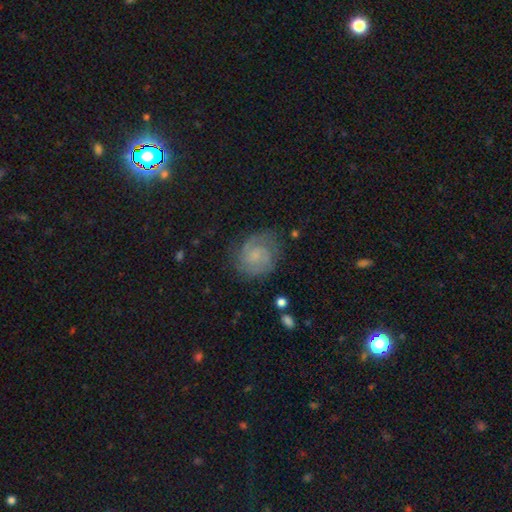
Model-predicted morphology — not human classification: smooth-or-featured: featured or disk: 73% | smooth: 19% | star or artifact: 8%
  disk-edge-on: no: 98% | yes: 2%
    bar: no: 64% | weak: 31% | strong: 5%
    has-spiral-arms: yes: 95% | no: 5%
      spiral-winding: tight: 51% | medium: 39% | loose: 10%
      spiral-arm-count: 2: 62% | can't tell: 17% | 3: 11% | 1: 4% | 4: 3% | more than 4: 3%
    bulge-size: small: 59% | none: 23% | moderate: 14% | large: 2% | dominant: 1%
  merging: none: 73% | minor disturbance: 17% | major disturbance: 8% | merger: 2%